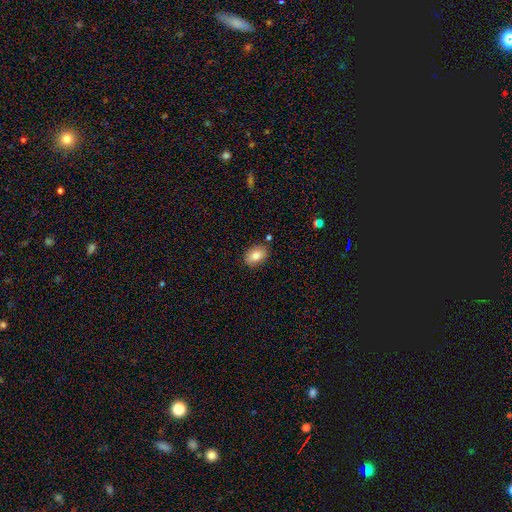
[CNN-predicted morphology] The model was most divided on "how rounded": in between: 83%, round: 16%, cigar-shaped: 1%. More confident: merging — none (83%); smooth or featured — smooth (81%).